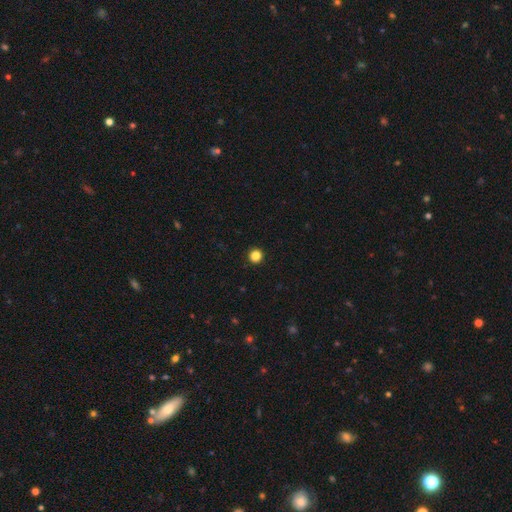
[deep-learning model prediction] A smooth galaxy with no disk features (85%) that is round (95%). Merging: none (94%).